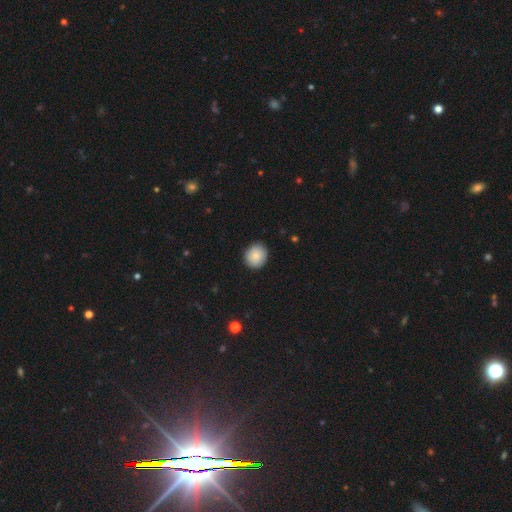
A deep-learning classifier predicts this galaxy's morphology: smooth_or_featured: smooth (p=0.85) [alt: star or artifact p=0.08]
how_rounded: round (p=0.83) [alt: in between p=0.16]
merging: none (p=0.89) [alt: minor disturbance p=0.09]